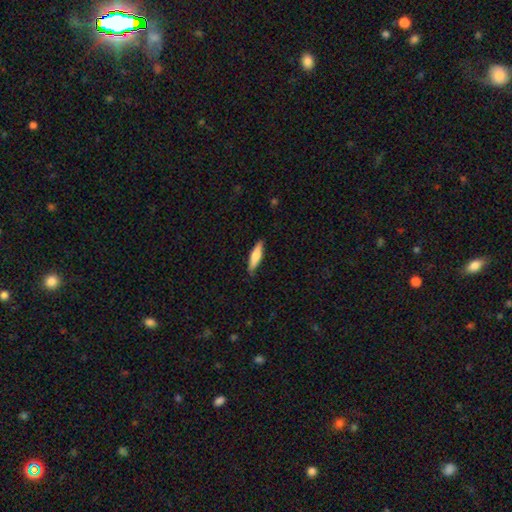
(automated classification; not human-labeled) This is likely a smooth galaxy (70%). How rounded: likely cigar-shaped (73%). Merging: clearly none (86%).